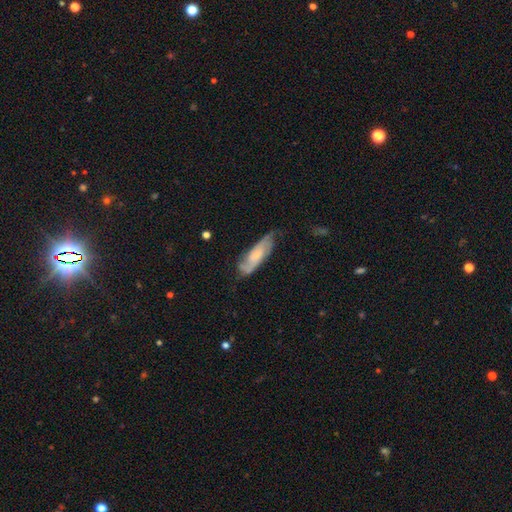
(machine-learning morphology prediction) Smooth or featured: featured or disk — 55% (smooth — 38%)
Edge-on disk: no — 80% (yes — 20%)
Merging: none — 61% (minor disturbance — 28%)